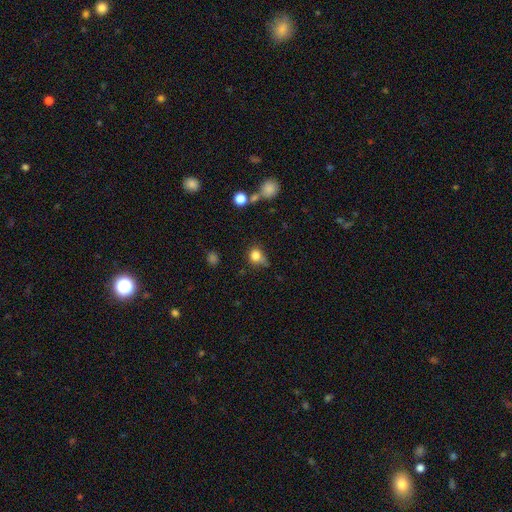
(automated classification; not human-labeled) Smooth or featured: smooth — 81% (star or artifact — 12%)
How rounded: round — 77% (in between — 22%)
Merging: none — 55% (minor disturbance — 28%)